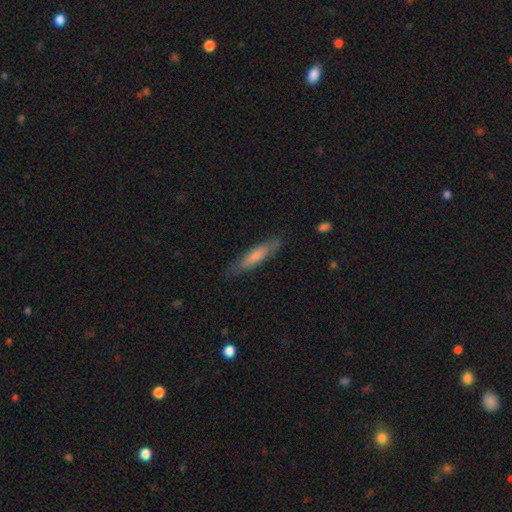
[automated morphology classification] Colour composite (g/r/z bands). It shows a smooth galaxy with no disk features (70%) that is cigar-shaped (80%). Merging: none (80%).